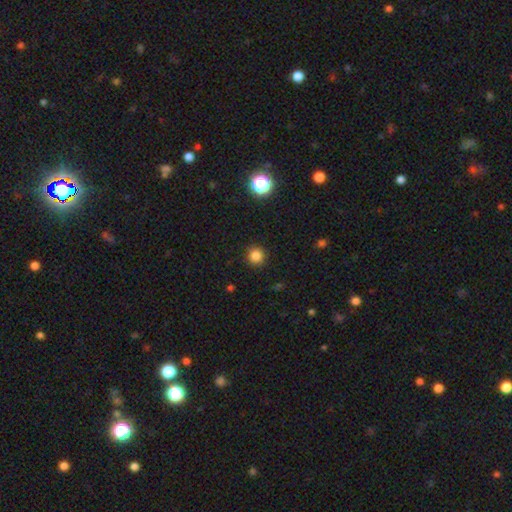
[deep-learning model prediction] The model was most divided on "smooth or featured": smooth: 83%, star or artifact: 13%, featured or disk: 4%. More confident: how rounded — round (93%); merging — none (91%).